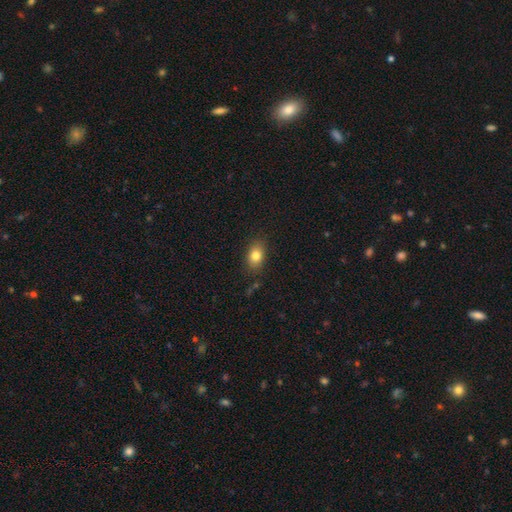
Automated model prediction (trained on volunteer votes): Smooth or featured?
  - smooth: 82% *
  - star or artifact: 10%
  - featured or disk: 9%
How rounded?
  - in between: 75% *
  - round: 23%
  - cigar-shaped: 2%
Merging?
  - none: 84% *
  - minor disturbance: 11%
  - major disturbance: 3%
  - merger: 2%